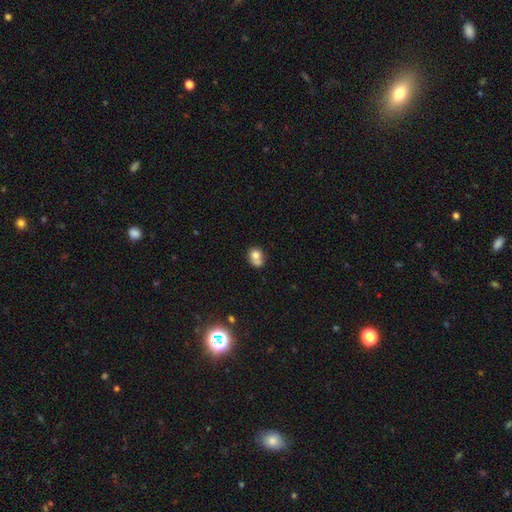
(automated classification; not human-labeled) Smooth or featured? Predicted: smooth (p=0.73). How rounded? Predicted: round (p=0.58). Merging? Predicted: none (p=0.37).